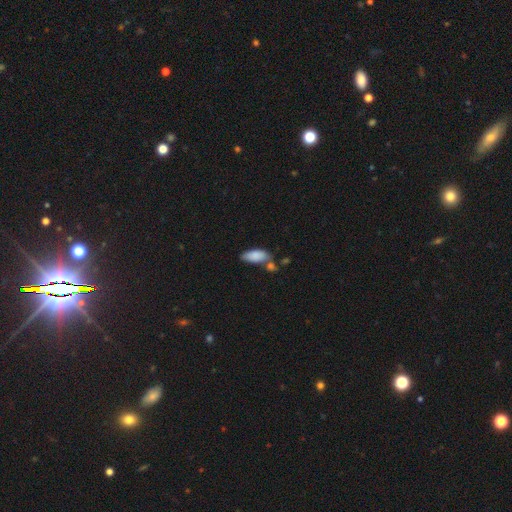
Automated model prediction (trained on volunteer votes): Smooth or featured? Predicted: smooth (p=0.84). How rounded? Predicted: in between (p=0.85). Merging? Predicted: none (p=0.46).